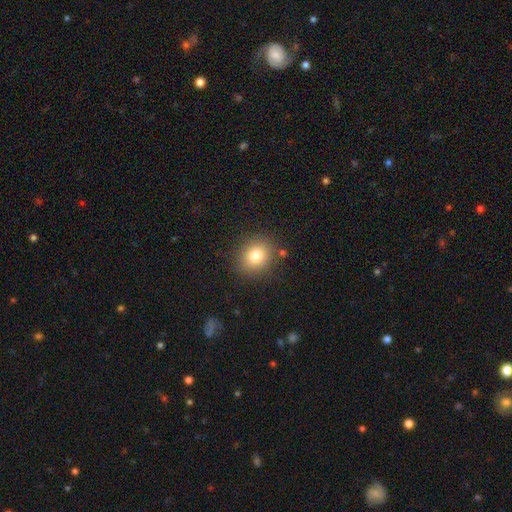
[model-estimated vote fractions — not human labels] Smooth or featured? Predicted: smooth (p=0.81). How rounded? Predicted: round (p=0.71). Merging? Predicted: none (p=0.84).